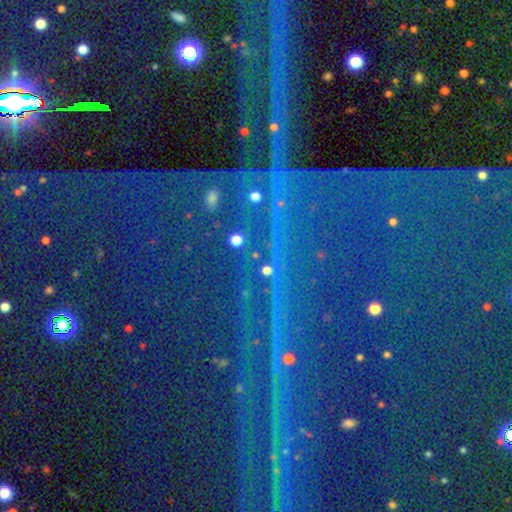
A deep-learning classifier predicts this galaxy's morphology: The model was most divided on "smooth or featured": star or artifact: 77%, smooth: 13%, featured or disk: 10%.